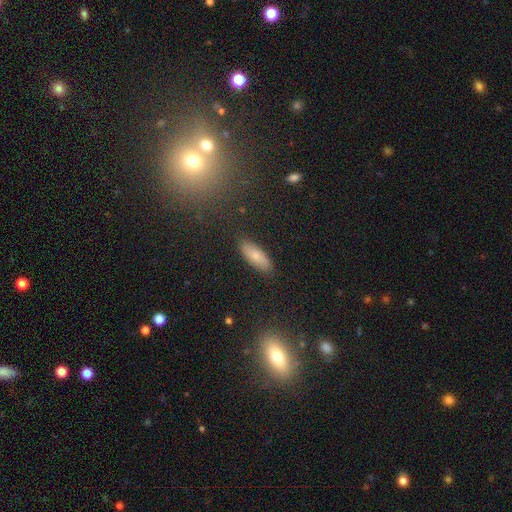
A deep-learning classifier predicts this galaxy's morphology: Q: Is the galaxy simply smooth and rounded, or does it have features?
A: smooth — 74%.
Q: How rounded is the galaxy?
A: in between — 70%.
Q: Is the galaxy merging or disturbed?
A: none — 87%.